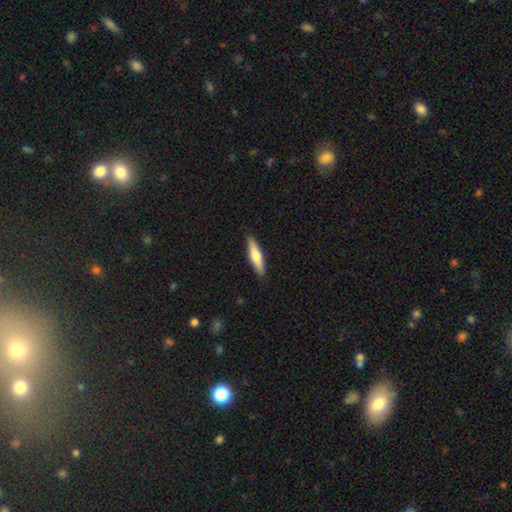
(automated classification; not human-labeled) Smooth or featured? smooth (63%)
How rounded? cigar-shaped (76%)
Merging? none (88%)